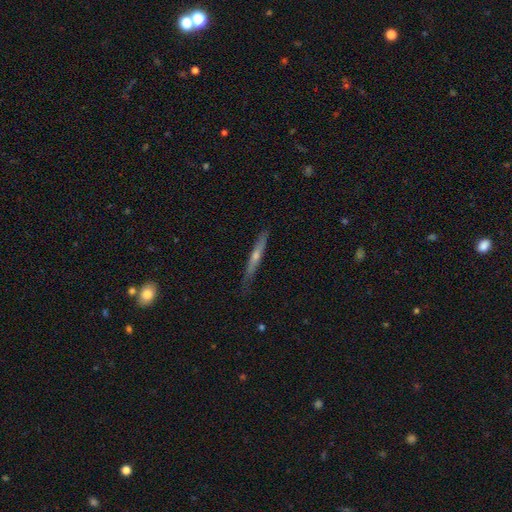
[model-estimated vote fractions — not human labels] Morphology: type=featured or disk (62%); edge-on=yes (96%); edge-on bulge=rounded (70%); merging=none (81%).